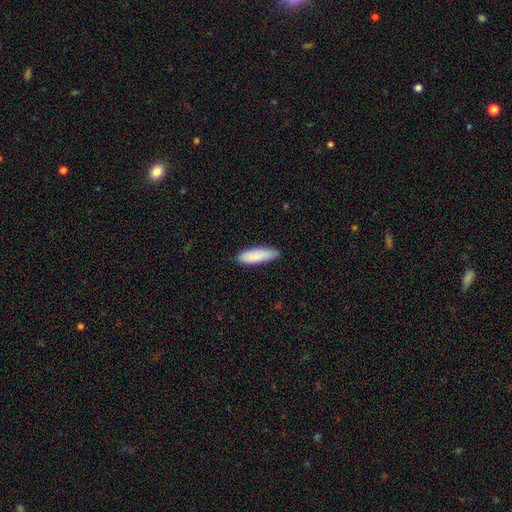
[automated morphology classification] The model was most divided on "how rounded": cigar-shaped: 54%, in between: 44%, round: 1%. More confident: smooth or featured — smooth (88%); merging — none (83%).